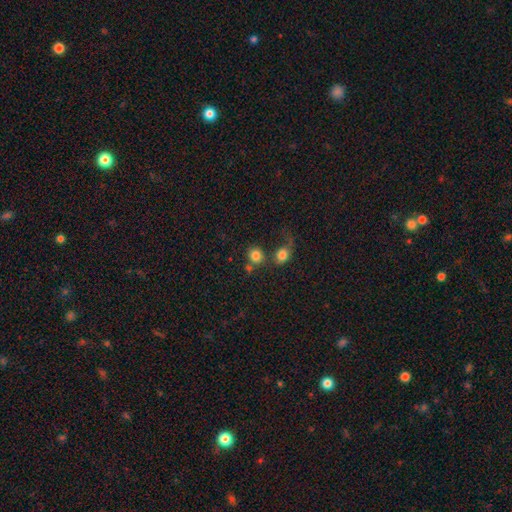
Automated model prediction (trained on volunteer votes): A smooth galaxy with no disk features (81%) that is round (84%). Merging: none (57%).